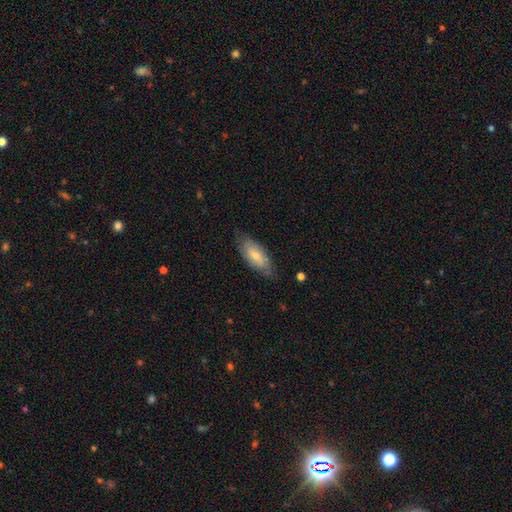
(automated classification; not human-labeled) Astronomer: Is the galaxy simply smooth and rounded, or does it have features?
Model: smooth — 64%.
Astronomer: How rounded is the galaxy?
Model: in between — 82%.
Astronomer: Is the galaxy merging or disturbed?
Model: none — 74%.